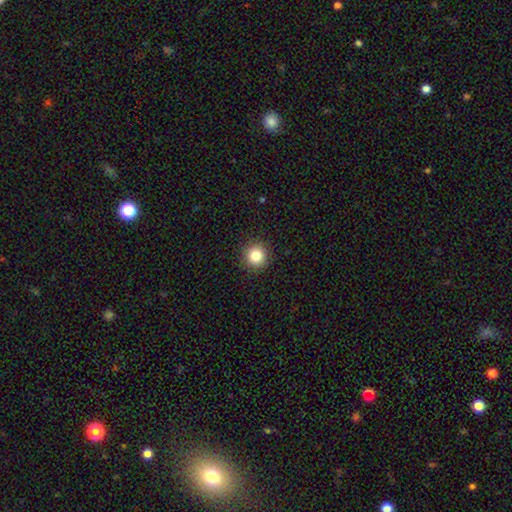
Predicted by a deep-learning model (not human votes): The model was most divided on "smooth or featured": smooth: 82%, star or artifact: 12%, featured or disk: 6%. More confident: how rounded — round (94%); merging — none (91%).